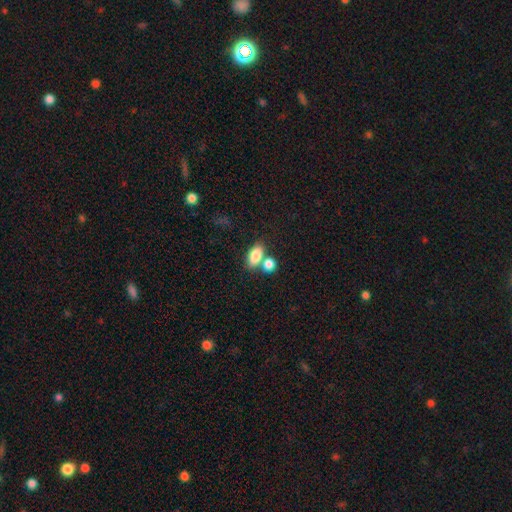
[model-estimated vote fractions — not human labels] Smooth or featured?
  - smooth: 83% *
  - featured or disk: 9%
  - star or artifact: 8%
How rounded?
  - in between: 86% *
  - round: 10%
  - cigar-shaped: 3%
Merging?
  - none: 47% *
  - merger: 40%
  - minor disturbance: 10%
  - major disturbance: 4%